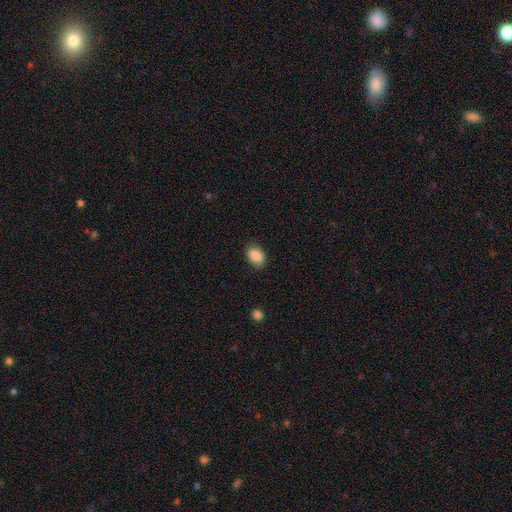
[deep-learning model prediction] smooth_or_featured: smooth (p=0.89) [alt: star or artifact p=0.08]
how_rounded: in between (p=0.75) [alt: round p=0.24]
merging: none (p=0.84) [alt: minor disturbance p=0.12]